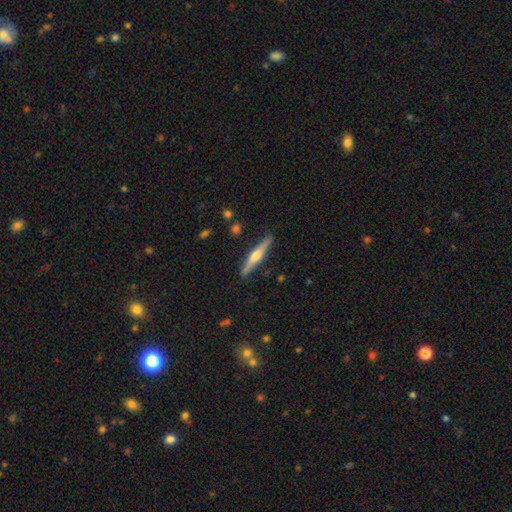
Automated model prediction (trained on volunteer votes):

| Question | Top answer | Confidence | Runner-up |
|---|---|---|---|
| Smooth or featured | featured or disk | 58% | smooth (36%) |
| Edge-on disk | yes | 96% | no (4%) |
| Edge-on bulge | rounded | 84% | none (8%) |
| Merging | none | 88% | minor disturbance (9%) |